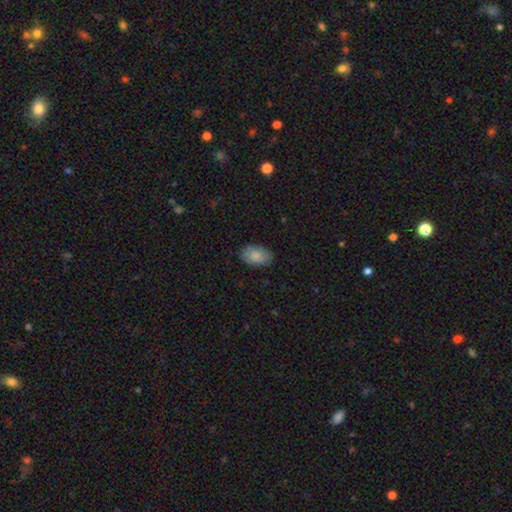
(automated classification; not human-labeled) A smooth galaxy with no disk features (86%) that is in between round and cigar-shaped (92%).

Vote fractions:
- Smooth or featured? smooth: 86% / featured or disk: 8% / star or artifact: 6%
- How rounded? in between: 92% / round: 7% / cigar-shaped: 1%
- Merging? none: 83% / minor disturbance: 13% / major disturbance: 3% / merger: 1%